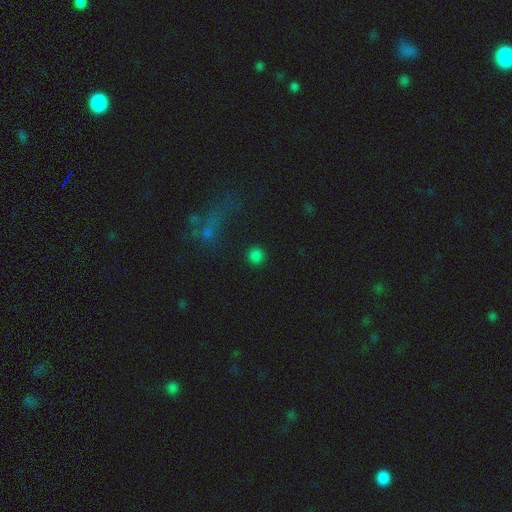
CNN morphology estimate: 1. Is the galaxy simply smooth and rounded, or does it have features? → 82% smooth, 15% star or artifact, 4% featured or disk.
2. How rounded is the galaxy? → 95% round, 4% in between, 1% cigar-shaped.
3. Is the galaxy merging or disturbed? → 90% none, 5% minor disturbance, 3% major disturbance, 3% merger.